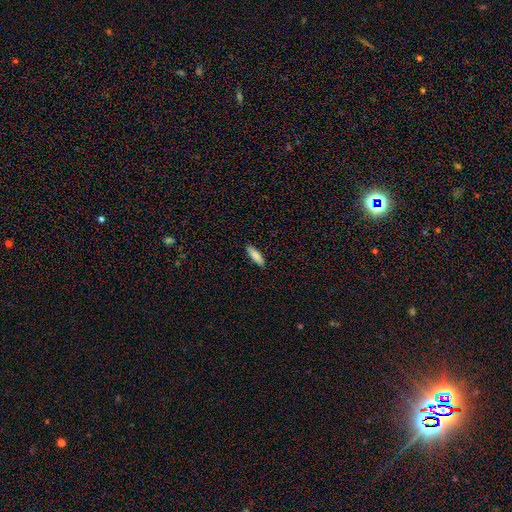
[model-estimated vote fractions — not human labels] Q: Smooth or featured?
A: smooth (87%); runner-up: featured or disk (7%)
Q: How rounded?
A: cigar-shaped (54%); runner-up: in between (45%)
Q: Merging?
A: none (89%); runner-up: minor disturbance (9%)